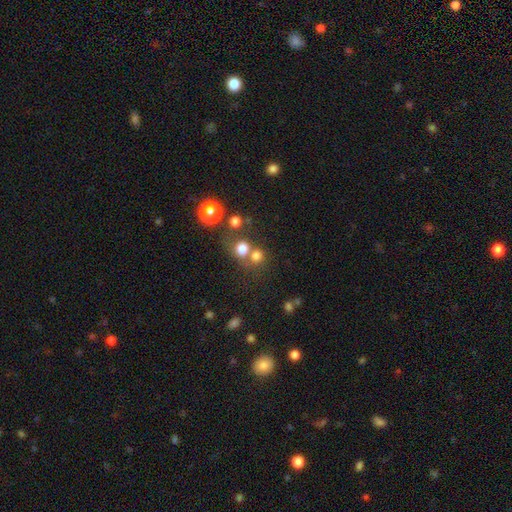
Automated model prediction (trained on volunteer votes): Morphology: type=smooth (73%); roundness=round (85%); merging=none (54%).